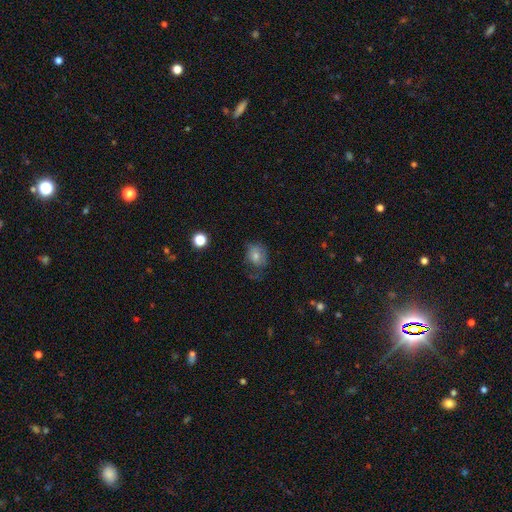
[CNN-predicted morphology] This is possibly a smooth galaxy (59%). How rounded: possibly round (56%). Merging: possibly none (51%).